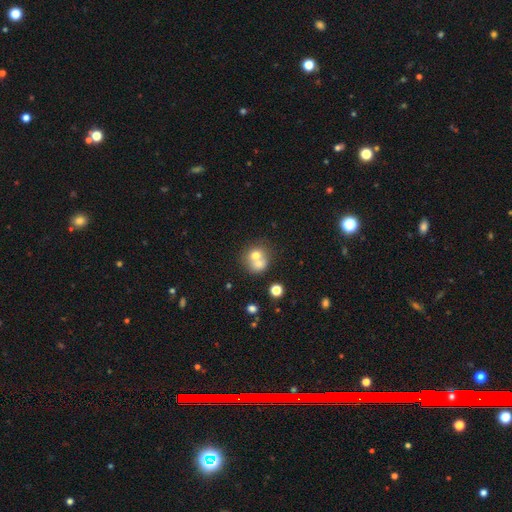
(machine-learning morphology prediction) type=smooth (66%); roundness=round (79%); merging=merger (60%).